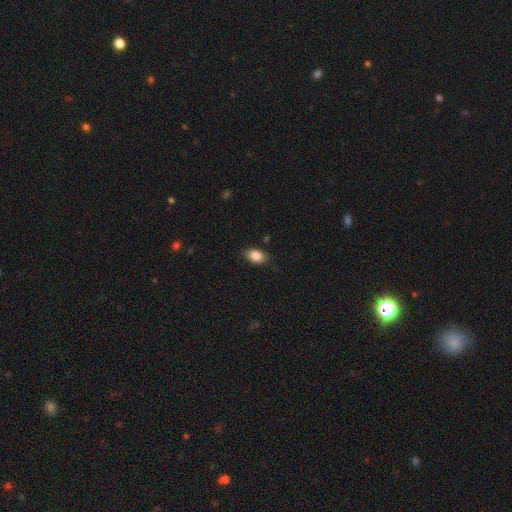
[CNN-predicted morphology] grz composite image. It shows a smooth galaxy with no disk features (86%) that is in between round and cigar-shaped (87%). Merging: none (83%).